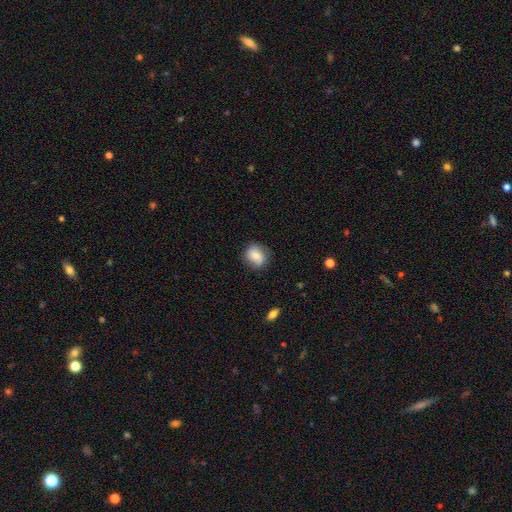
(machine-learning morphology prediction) This is likely a smooth galaxy (73%). How rounded: likely round (61%). Merging: likely none (77%).